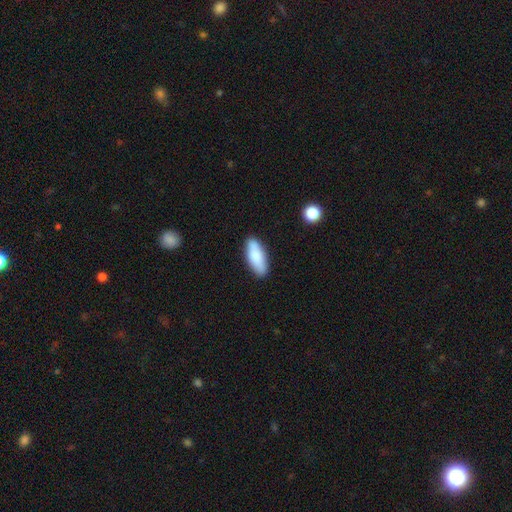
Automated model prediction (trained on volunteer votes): Morphology: type=smooth (83%); roundness=in between (71%); merging=none (83%).